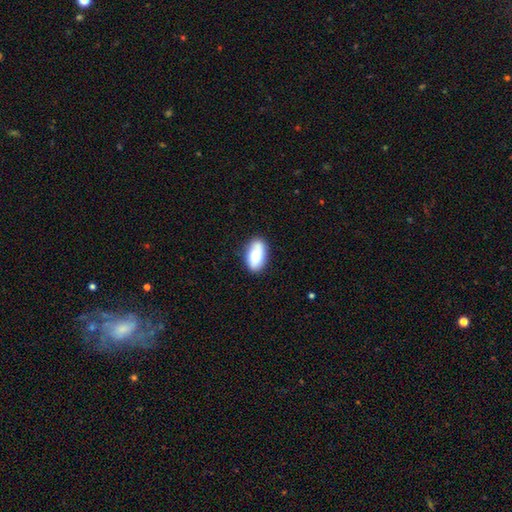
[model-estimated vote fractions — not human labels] Smooth or featured: smooth — 75% (featured or disk — 19%)
How rounded: in between — 92% (round — 5%)
Merging: none — 74% (minor disturbance — 17%)